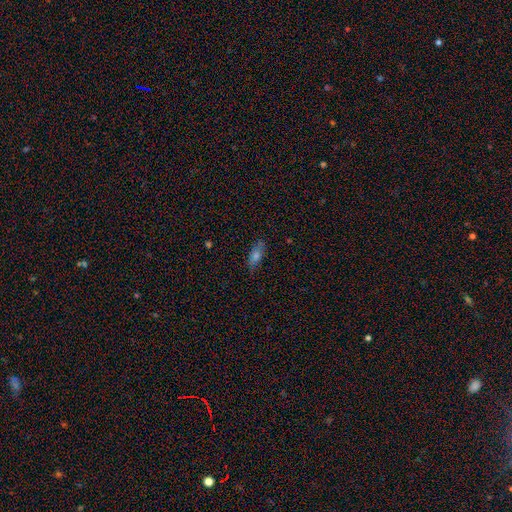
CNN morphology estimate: smooth-or-featured: smooth: 61% | featured or disk: 27% | star or artifact: 12%
  how-rounded: in between: 64% | cigar-shaped: 31% | round: 5%
  merging: none: 79% | minor disturbance: 16% | major disturbance: 3% | merger: 2%